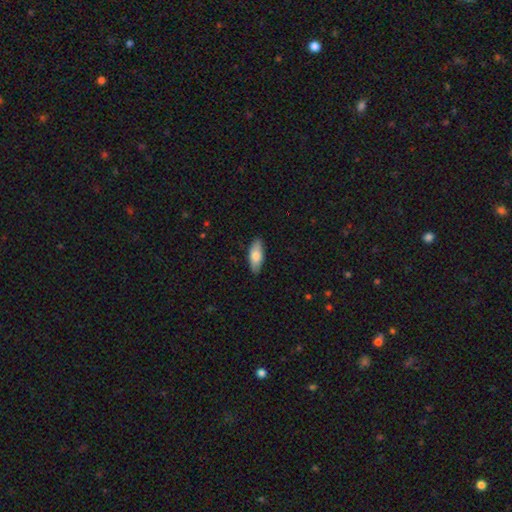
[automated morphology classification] This is likely a smooth galaxy (78%). How rounded: likely in between (78%). Merging: clearly none (87%).